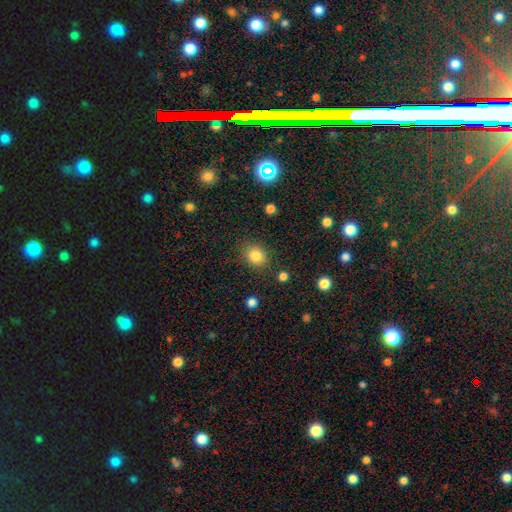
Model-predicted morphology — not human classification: Smooth or featured?
  - smooth: 83% *
  - star or artifact: 11%
  - featured or disk: 6%
How rounded?
  - round: 70% *
  - in between: 29%
  - cigar-shaped: 1%
Merging?
  - none: 84% *
  - minor disturbance: 10%
  - major disturbance: 3%
  - merger: 2%